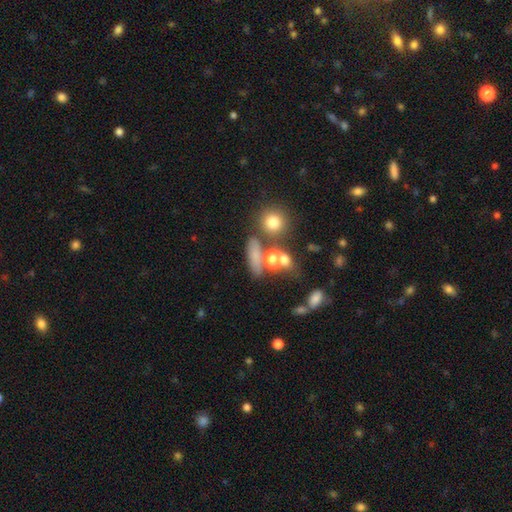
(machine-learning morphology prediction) This is likely a smooth galaxy (67%). How rounded: marginally in between (39%). Merging: possibly none (57%).